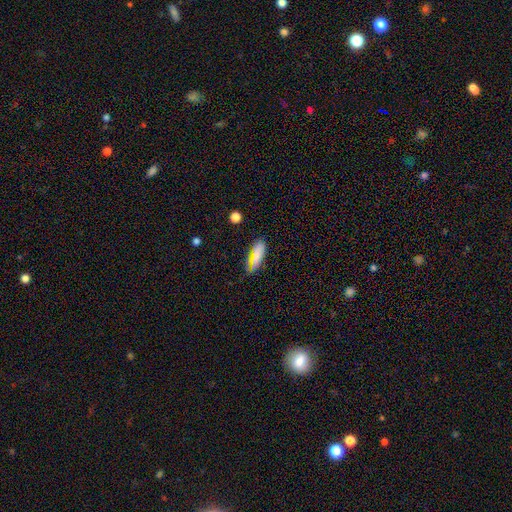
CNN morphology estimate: A smooth galaxy with no disk features (77%) that is in between round and cigar-shaped (70%).

Vote fractions:
- Smooth or featured? smooth: 77% / star or artifact: 12% / featured or disk: 11%
- How rounded? in between: 70% / cigar-shaped: 27% / round: 4%
- Merging? none: 79% / minor disturbance: 15% / major disturbance: 4% / merger: 2%